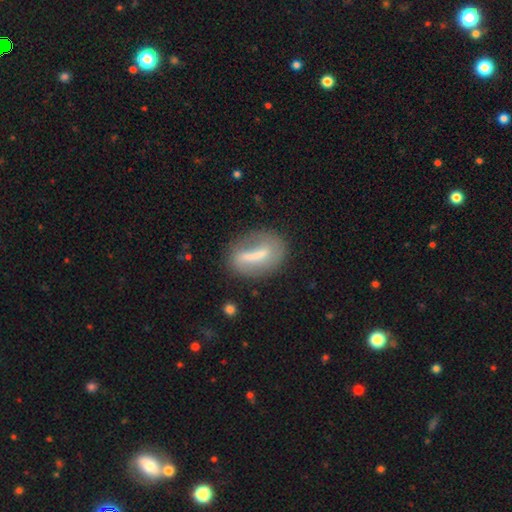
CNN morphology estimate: Overall: smooth (47%; featured or disk 44%). Merging: none (59%; minor disturbance 21%).